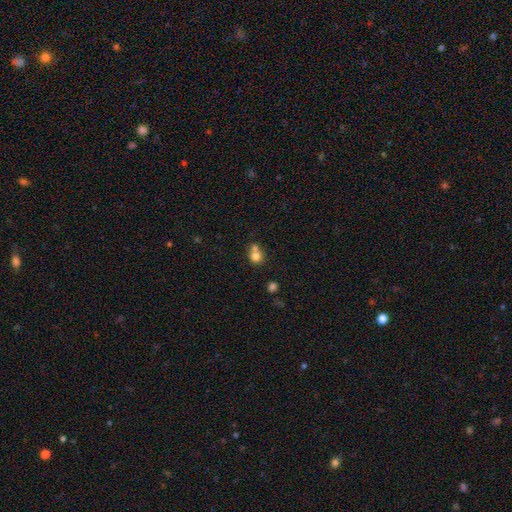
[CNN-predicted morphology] smooth 77%, featured or disk 12%, star or artifact 11%. Down the decision tree: how rounded — round (76%); merging — merger (52%).